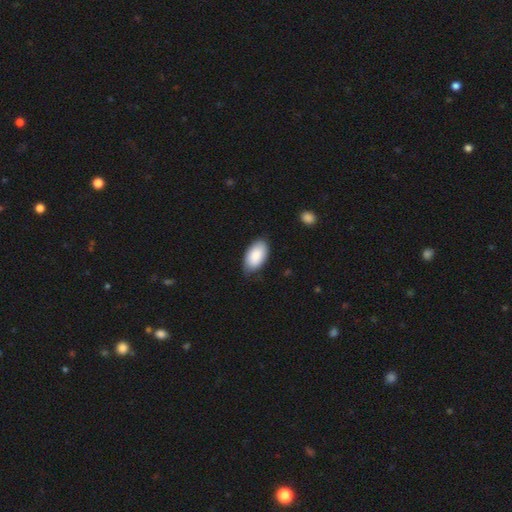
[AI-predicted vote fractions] smooth 87%, featured or disk 7%, star or artifact 6%. Down the decision tree: how rounded — in between (96%); merging — none (76%).